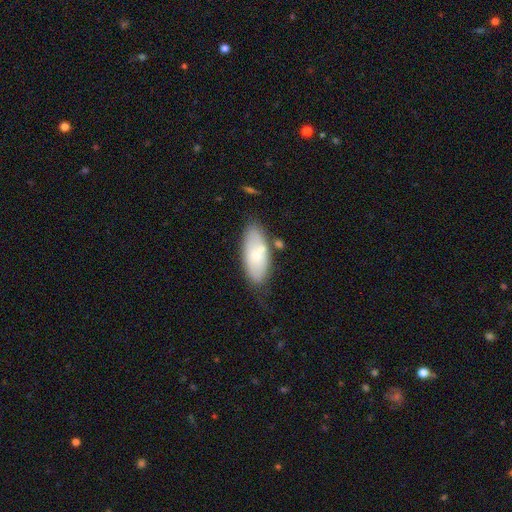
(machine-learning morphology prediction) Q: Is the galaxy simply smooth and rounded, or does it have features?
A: smooth — 67%.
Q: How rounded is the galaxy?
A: in between — 85%.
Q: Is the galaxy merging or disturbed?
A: none — 66%.